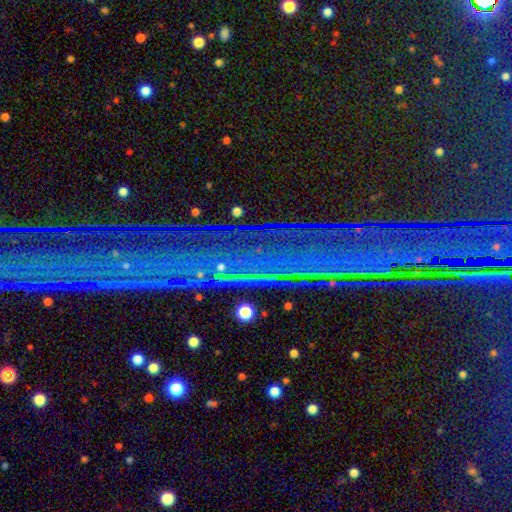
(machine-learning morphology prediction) star or artifact 82%, featured or disk 10%, smooth 7%.